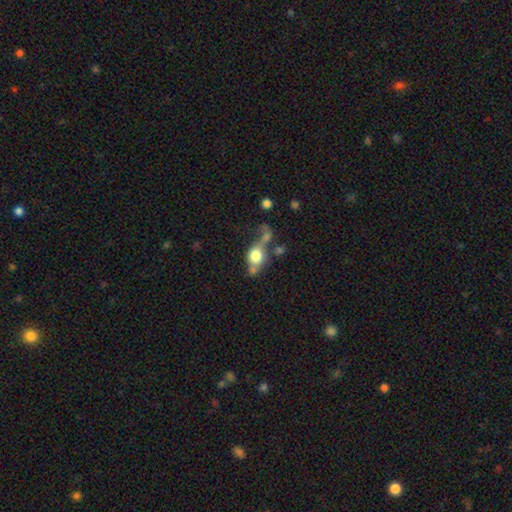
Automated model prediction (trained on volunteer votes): smooth 66%, featured or disk 24%, star or artifact 10%. Down the decision tree: how rounded — round (53%); merging — merger (35%).